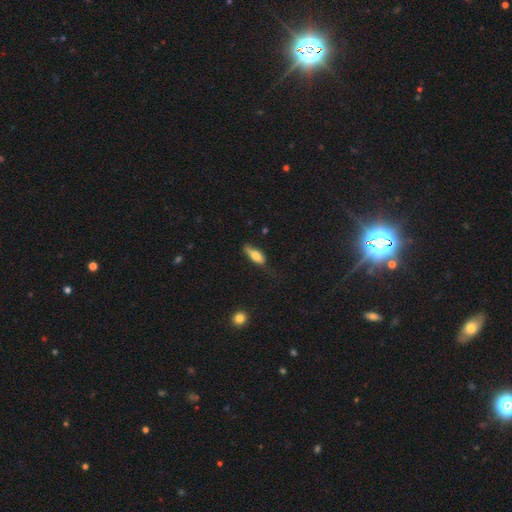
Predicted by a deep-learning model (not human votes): smooth_or_featured: smooth (p=0.72) [alt: featured or disk p=0.22]
how_rounded: in between (p=0.64) [alt: cigar-shaped p=0.34]
merging: none (p=0.59) [alt: minor disturbance p=0.30]